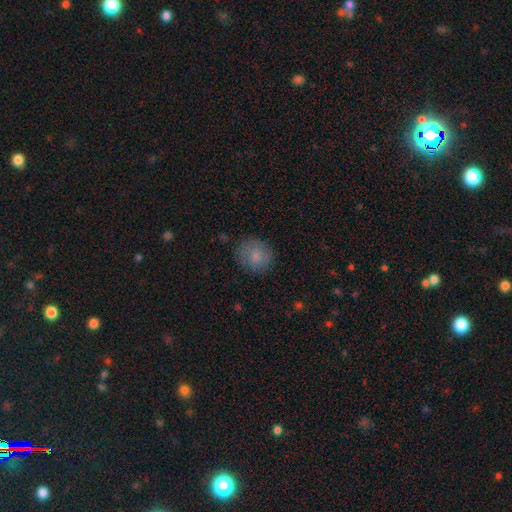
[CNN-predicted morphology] The model was most divided on "merging": none: 82%, minor disturbance: 13%, major disturbance: 4%, merger: 1%. More confident: how rounded — round (86%); smooth or featured — smooth (82%).